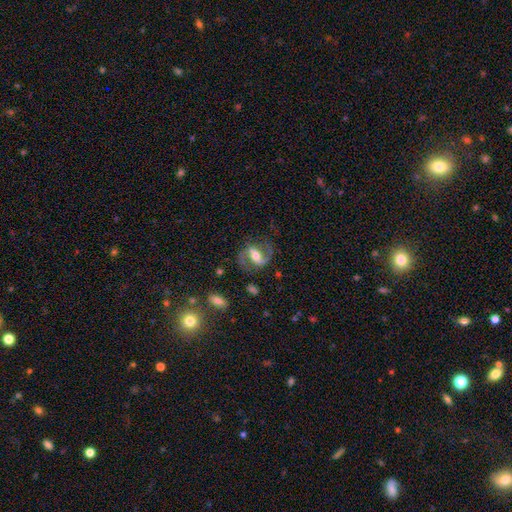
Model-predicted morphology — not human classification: featured or disk 85%, smooth 9%, star or artifact 6%. Down the decision tree: edge-on disk — no (96%); bar — strong (49%); spiral arms — yes (95%); spiral arm count — 2 (91%); spiral winding — medium (52%); bulge size — moderate (62%); merging — none (74%).